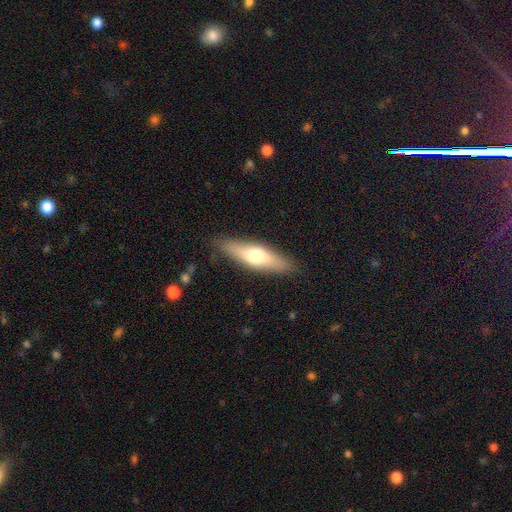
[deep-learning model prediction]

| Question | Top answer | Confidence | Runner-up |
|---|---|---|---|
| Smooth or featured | smooth | 57% | featured or disk (37%) |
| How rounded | cigar-shaped | 63% | in between (35%) |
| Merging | none | 86% | minor disturbance (10%) |